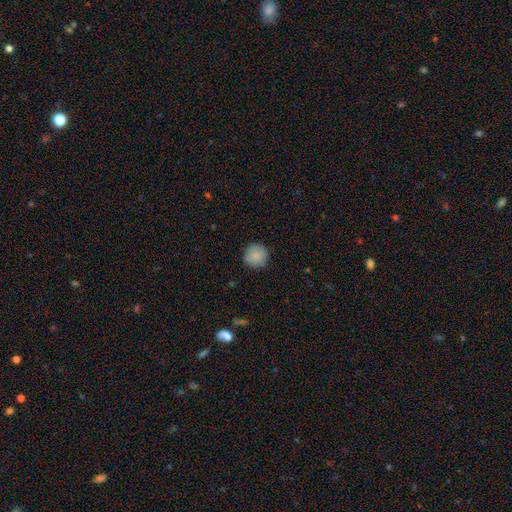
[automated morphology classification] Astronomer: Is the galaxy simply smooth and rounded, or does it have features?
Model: smooth — 87%.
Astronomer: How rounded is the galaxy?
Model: round — 94%.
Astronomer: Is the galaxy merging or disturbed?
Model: none — 87%.